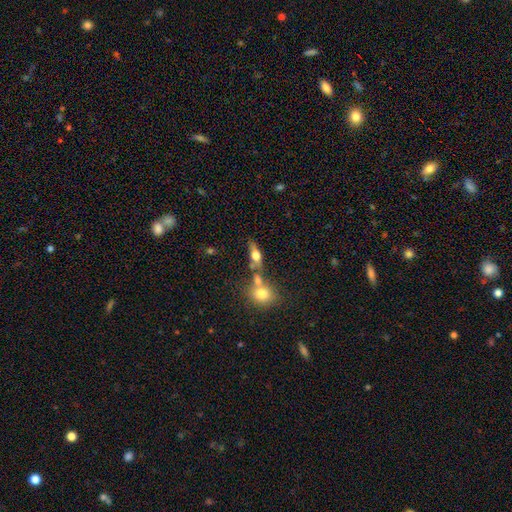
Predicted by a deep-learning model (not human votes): Morphology: type=smooth (54%); roundness=in between (57%); merging=none (50%).